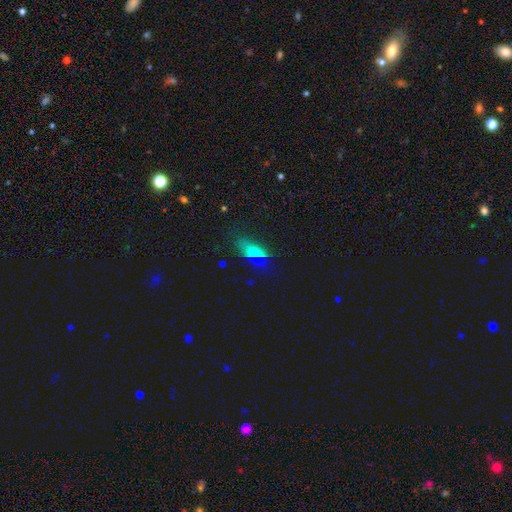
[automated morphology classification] Q: Smooth or featured?
A: smooth (64%); runner-up: star or artifact (23%)
Q: How rounded?
A: in between (77%); runner-up: cigar-shaped (15%)
Q: Merging?
A: none (62%); runner-up: minor disturbance (22%)